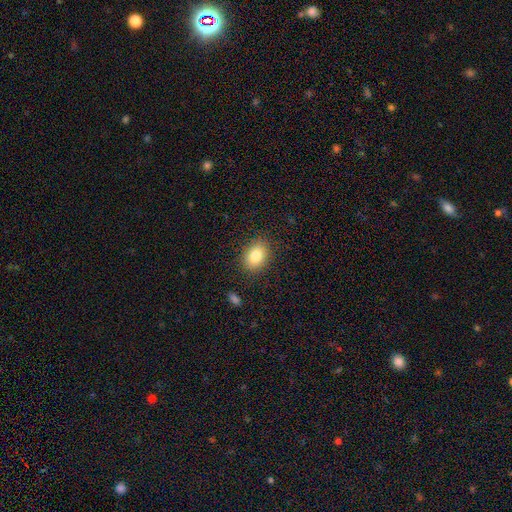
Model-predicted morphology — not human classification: type=smooth (82%); roundness=in between (72%); merging=none (87%).